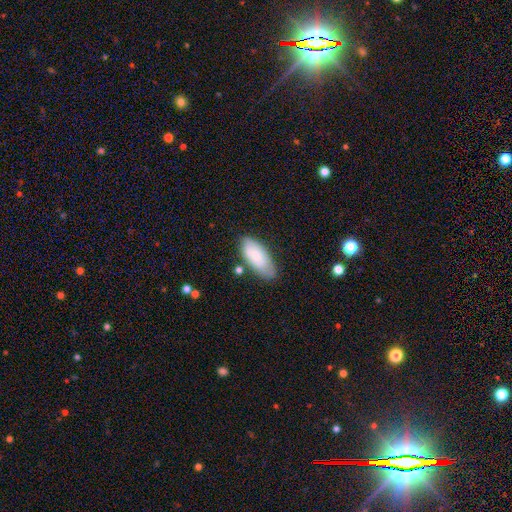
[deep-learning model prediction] Smooth or featured?
  - smooth: 75% *
  - featured or disk: 18%
  - star or artifact: 6%
How rounded?
  - in between: 87% *
  - cigar-shaped: 11%
  - round: 2%
Merging?
  - none: 67% *
  - minor disturbance: 23%
  - major disturbance: 5%
  - merger: 5%